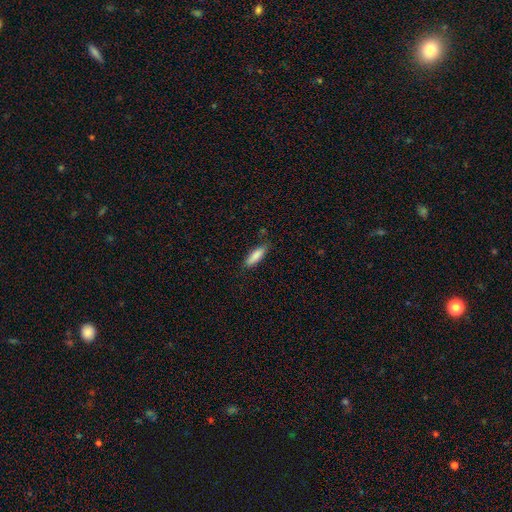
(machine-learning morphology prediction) type=smooth (86%); roundness=in between (53%); merging=none (80%).